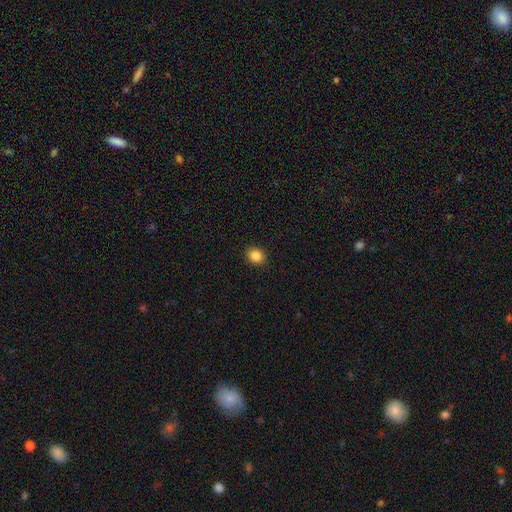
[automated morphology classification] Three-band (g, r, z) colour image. It shows a smooth galaxy with no disk features (86%) that is round (71%). Merging: none (90%).